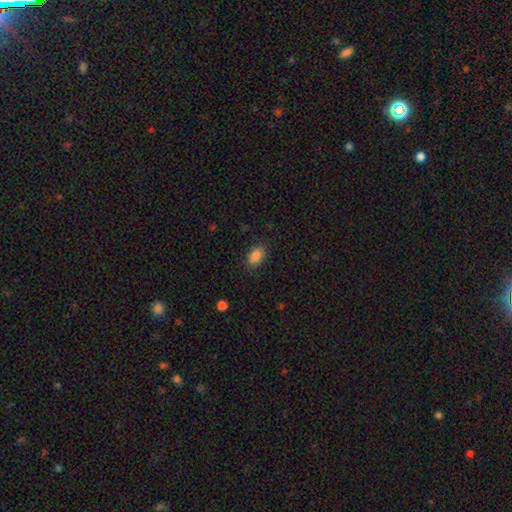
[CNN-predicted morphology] Q: Smooth or featured?
A: smooth (87%); runner-up: star or artifact (8%)
Q: How rounded?
A: in between (90%); runner-up: round (7%)
Q: Merging?
A: none (85%); runner-up: minor disturbance (11%)